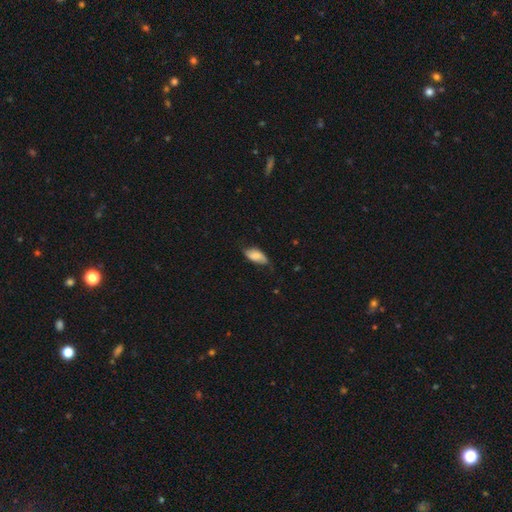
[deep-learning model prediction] A smooth galaxy with no disk features (75%) that is in between round and cigar-shaped (91%).

Vote fractions:
- Smooth or featured? smooth: 75% / featured or disk: 18% / star or artifact: 7%
- How rounded? in between: 91% / cigar-shaped: 6% / round: 3%
- Merging? none: 53% / minor disturbance: 36% / major disturbance: 9% / merger: 2%